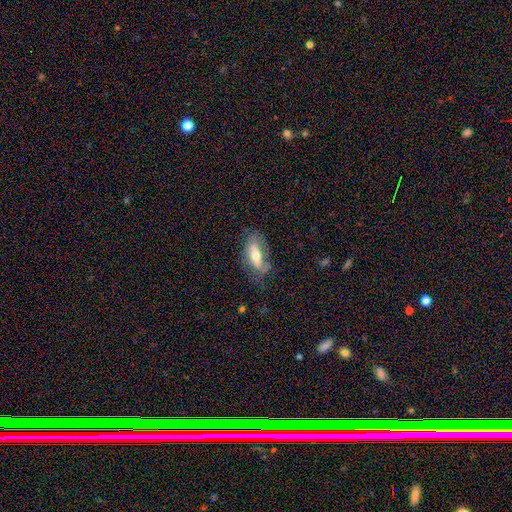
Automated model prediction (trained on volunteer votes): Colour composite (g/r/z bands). It shows a smooth galaxy with no disk features (47%, tied with featured or disk). Merging: none (60%).